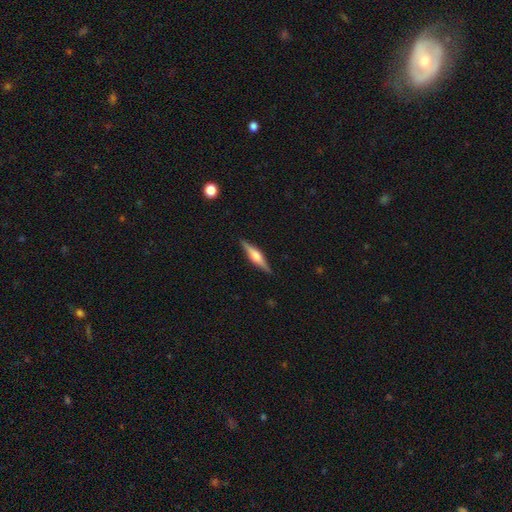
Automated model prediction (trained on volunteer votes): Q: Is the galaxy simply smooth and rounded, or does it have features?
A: featured or disk — 68%.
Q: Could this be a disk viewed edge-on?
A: yes — 97%.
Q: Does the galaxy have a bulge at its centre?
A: rounded — 79%.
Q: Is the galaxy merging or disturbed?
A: none — 89%.